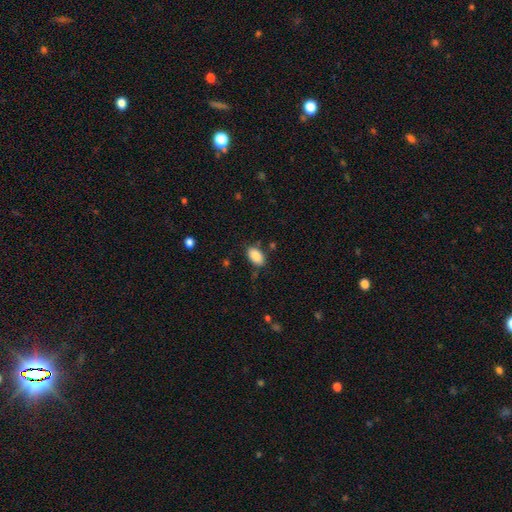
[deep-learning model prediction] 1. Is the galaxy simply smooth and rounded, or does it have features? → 88% smooth, 7% star or artifact, 5% featured or disk.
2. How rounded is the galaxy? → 94% in between, 4% round, 2% cigar-shaped.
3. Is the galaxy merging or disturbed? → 81% none, 13% minor disturbance, 3% major disturbance, 3% merger.